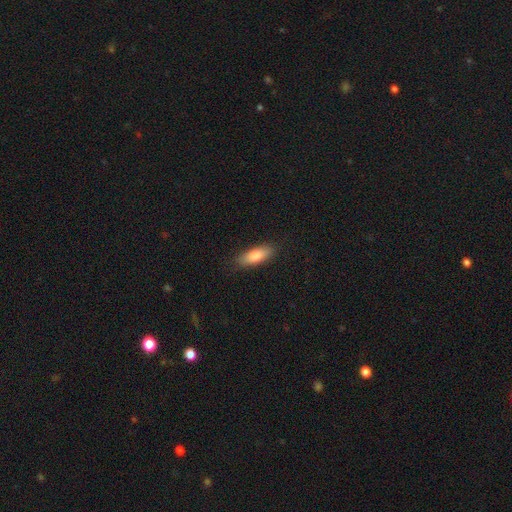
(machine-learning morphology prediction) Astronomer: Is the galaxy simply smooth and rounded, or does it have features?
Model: smooth — 85%.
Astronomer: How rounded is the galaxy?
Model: in between — 64%.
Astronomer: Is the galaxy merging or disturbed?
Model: none — 85%.